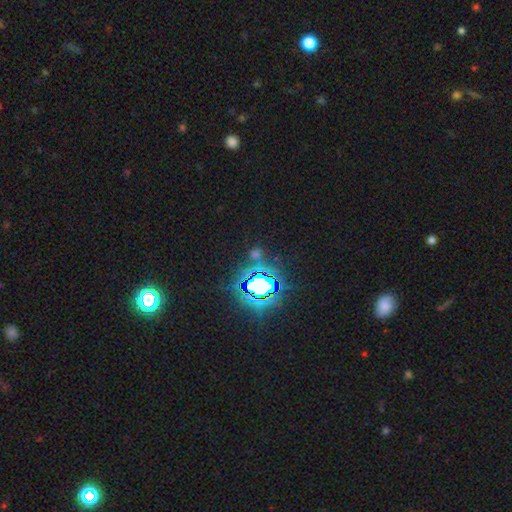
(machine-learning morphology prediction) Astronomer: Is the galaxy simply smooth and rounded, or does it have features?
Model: star or artifact — 69%.